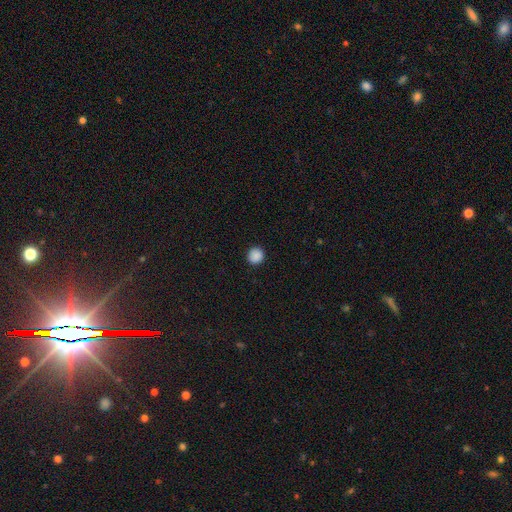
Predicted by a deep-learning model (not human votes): smooth-or-featured: smooth: 88% | star or artifact: 9% | featured or disk: 2%
  how-rounded: round: 92% | in between: 7% | cigar-shaped: 1%
  merging: none: 92% | minor disturbance: 5% | major disturbance: 2% | merger: 1%